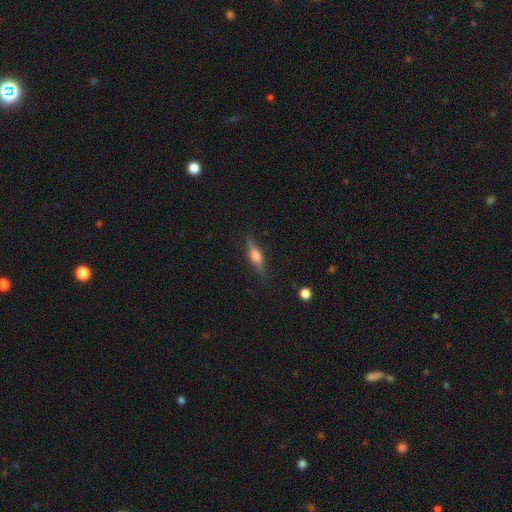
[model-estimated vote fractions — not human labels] smooth-or-featured: featured or disk: 72% | smooth: 21% | star or artifact: 7%
  disk-edge-on: yes: 97% | no: 3%
    edge-on-bulge: rounded: 90% | boxy: 8% | none: 2%
  merging: none: 86% | minor disturbance: 10% | major disturbance: 2% | merger: 1%